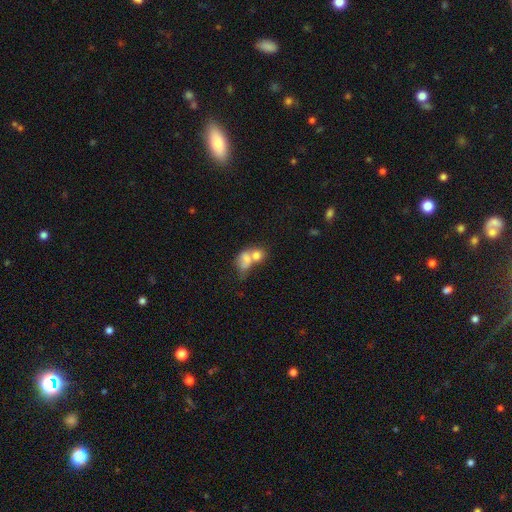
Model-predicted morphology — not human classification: A smooth galaxy with no disk features (71%) that is in between round and cigar-shaped (53%). Merging: merger (71%).